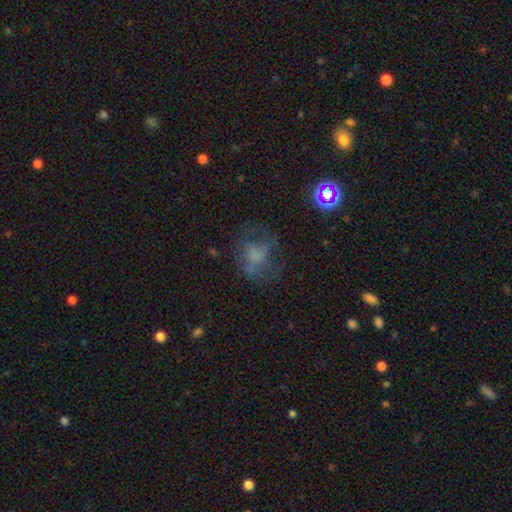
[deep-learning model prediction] smooth 50%, featured or disk 31%, star or artifact 19%. Down the decision tree: merging — none (55%).